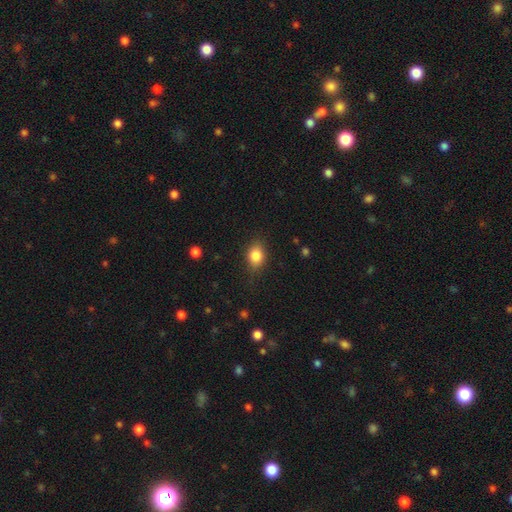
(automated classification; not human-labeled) This is clearly a smooth galaxy (84%). How rounded: likely in between (63%). Merging: likely none (80%).